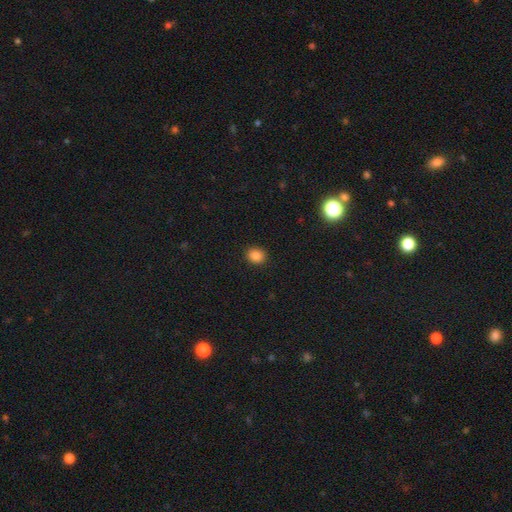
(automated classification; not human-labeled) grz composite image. It shows a smooth galaxy with no disk features (86%) that is round (68%). Merging: none (90%).